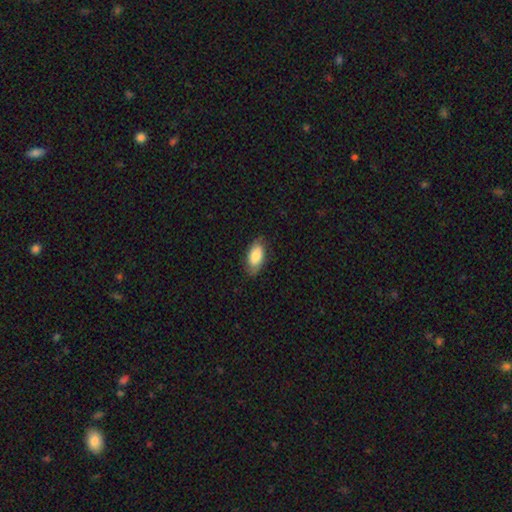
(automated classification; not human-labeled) Overall: smooth (82%). How rounded: in between (92%). Merging: none (79%).